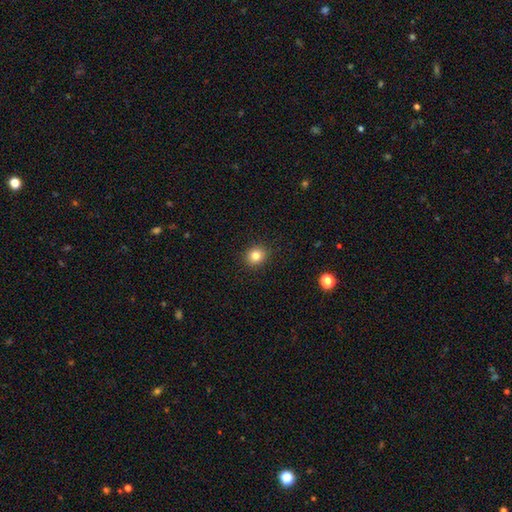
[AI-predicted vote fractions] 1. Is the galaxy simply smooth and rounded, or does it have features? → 82% smooth, 12% star or artifact, 6% featured or disk.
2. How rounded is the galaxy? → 80% round, 19% in between, 1% cigar-shaped.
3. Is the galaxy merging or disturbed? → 91% none, 6% minor disturbance, 2% major disturbance, 1% merger.